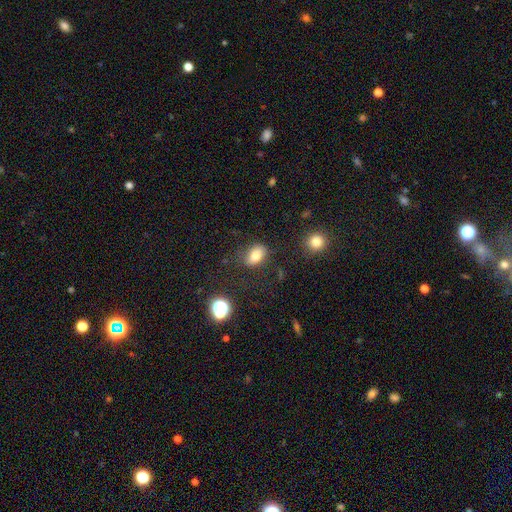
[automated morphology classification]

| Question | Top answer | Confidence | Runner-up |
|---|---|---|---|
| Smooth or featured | smooth | 78% | star or artifact (11%) |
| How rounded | in between | 79% | round (19%) |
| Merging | none | 74% | minor disturbance (17%) |